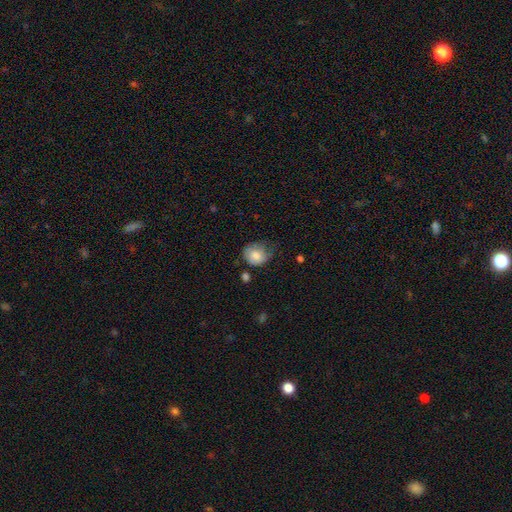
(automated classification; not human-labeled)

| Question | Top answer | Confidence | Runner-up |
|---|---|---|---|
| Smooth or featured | smooth | 79% | featured or disk (13%) |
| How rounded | round | 67% | in between (32%) |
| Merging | none | 47% | minor disturbance (36%) |